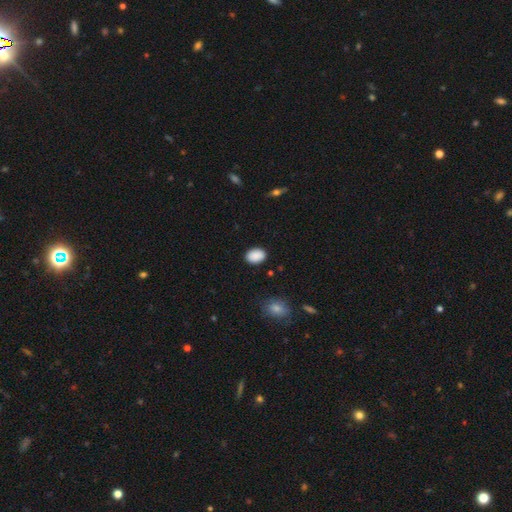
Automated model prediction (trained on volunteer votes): A smooth galaxy with no disk features (89%) that is in between round and cigar-shaped (78%).

Vote fractions:
- Smooth or featured? smooth: 89% / star or artifact: 8% / featured or disk: 4%
- How rounded? in between: 78% / round: 21% / cigar-shaped: 1%
- Merging? none: 86% / minor disturbance: 10% / major disturbance: 2% / merger: 1%